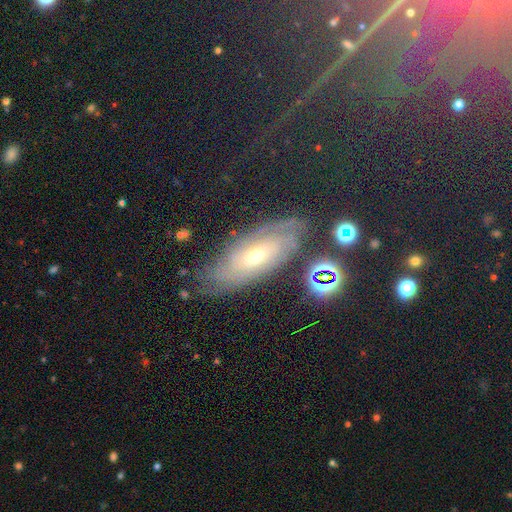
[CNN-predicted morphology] type=featured or disk (69%); edge-on=no (85%); bar=no (58%); spiral arms=yes (90%); winding=tight (70%); arm count=can't tell (59%); bulge=moderate (48%); merging=none (74%).